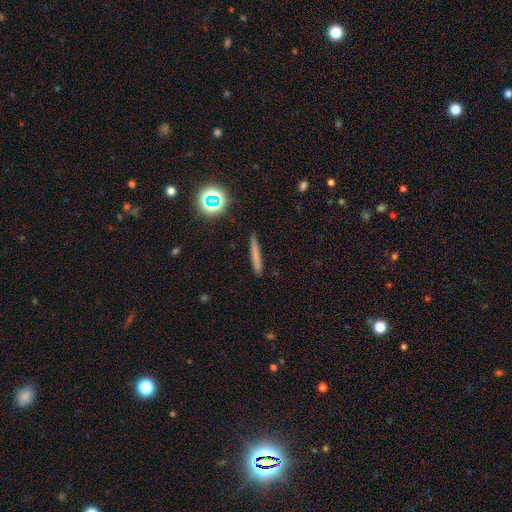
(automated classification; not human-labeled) Smooth or featured? Predicted: smooth (p=0.65). How rounded? Predicted: cigar-shaped (p=0.94). Merging? Predicted: none (p=0.87).